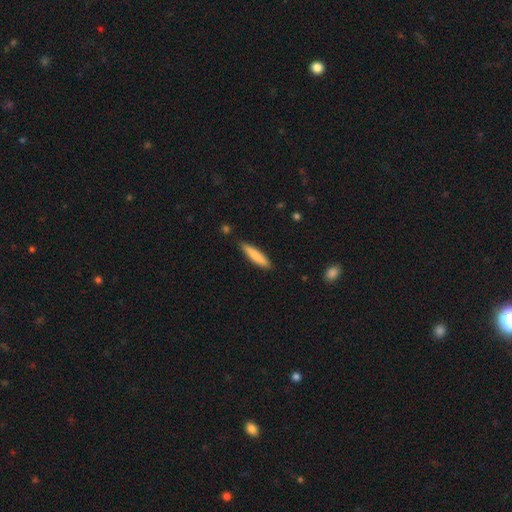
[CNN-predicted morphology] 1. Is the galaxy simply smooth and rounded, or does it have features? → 80% smooth, 14% featured or disk, 6% star or artifact.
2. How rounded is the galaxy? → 84% cigar-shaped, 15% in between, 1% round.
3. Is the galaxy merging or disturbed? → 87% none, 10% minor disturbance, 2% major disturbance, 2% merger.